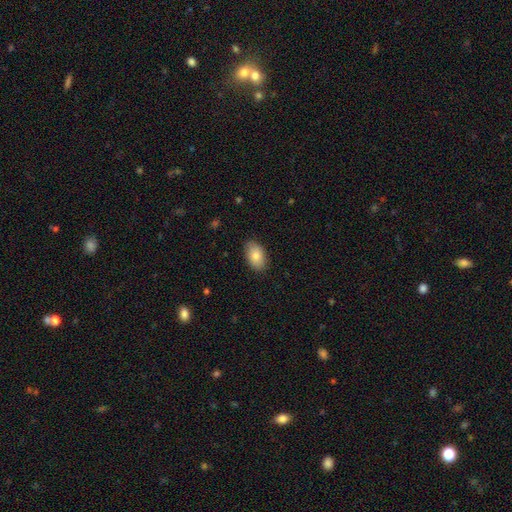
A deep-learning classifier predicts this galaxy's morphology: Smooth or featured?
  - smooth: 82% *
  - featured or disk: 11%
  - star or artifact: 7%
How rounded?
  - in between: 92% *
  - round: 6%
  - cigar-shaped: 1%
Merging?
  - none: 87% *
  - minor disturbance: 10%
  - major disturbance: 2%
  - merger: 1%